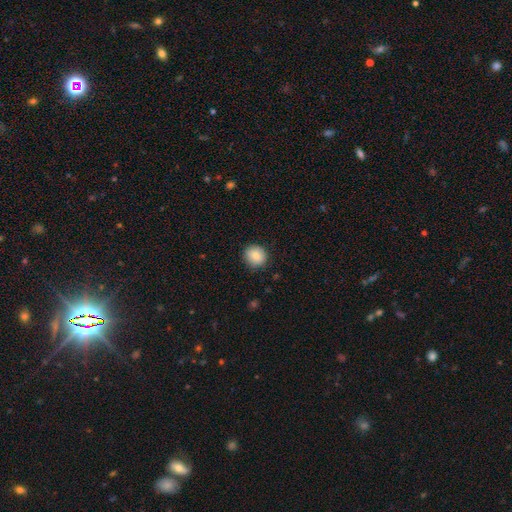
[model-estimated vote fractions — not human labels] A smooth galaxy with no disk features (86%) that is round (85%).

Vote fractions:
- Smooth or featured? smooth: 86% / star or artifact: 8% / featured or disk: 6%
- How rounded? round: 85% / in between: 14% / cigar-shaped: 1%
- Merging? none: 87% / minor disturbance: 10% / major disturbance: 2% / merger: 1%